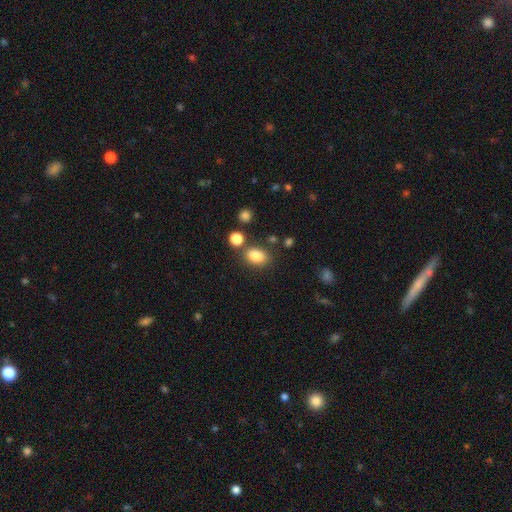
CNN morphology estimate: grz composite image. It shows a smooth galaxy with no disk features (84%) that is in between round and cigar-shaped (76%). Merging: none (74%).